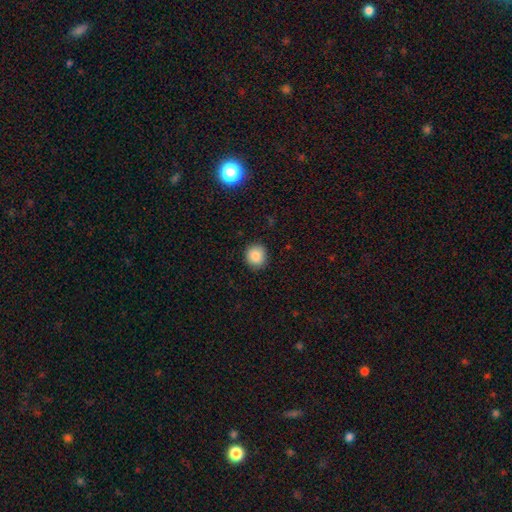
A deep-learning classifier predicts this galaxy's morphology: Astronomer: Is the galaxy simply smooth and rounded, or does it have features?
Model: smooth — 86%.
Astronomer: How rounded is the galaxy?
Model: round — 87%.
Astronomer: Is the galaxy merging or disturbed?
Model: none — 88%.